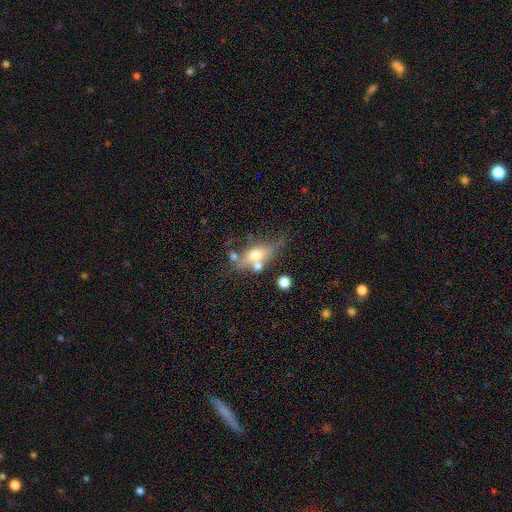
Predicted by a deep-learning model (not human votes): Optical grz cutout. It shows a smooth galaxy with no disk features (48%). Merging: none (42%).